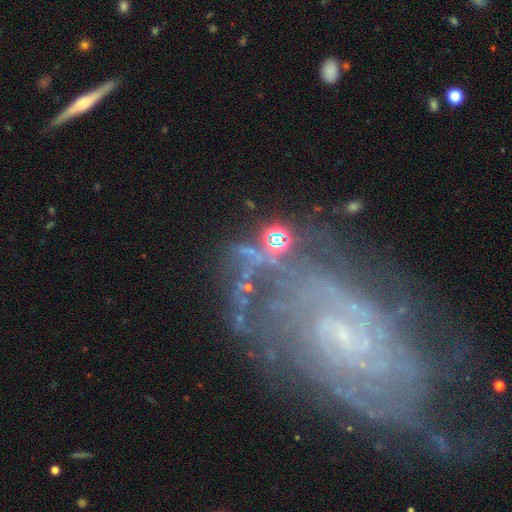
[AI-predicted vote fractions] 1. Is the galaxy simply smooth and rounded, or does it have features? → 54% featured or disk, 29% star or artifact, 17% smooth.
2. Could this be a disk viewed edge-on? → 93% no, 7% yes.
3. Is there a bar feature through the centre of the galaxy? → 56% no, 26% weak, 19% strong.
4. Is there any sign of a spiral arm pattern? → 68% yes, 32% no.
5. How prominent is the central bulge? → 46% small, 22% none, 22% moderate, 6% large, 4% dominant.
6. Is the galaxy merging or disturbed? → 54% none, 18% major disturbance, 17% minor disturbance, 11% merger.